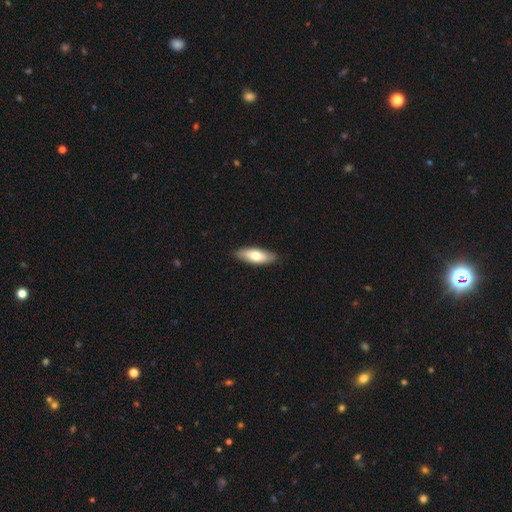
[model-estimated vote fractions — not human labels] Overall: smooth (69%). How rounded: in between (66%; cigar-shaped 32%). Merging: none (87%).